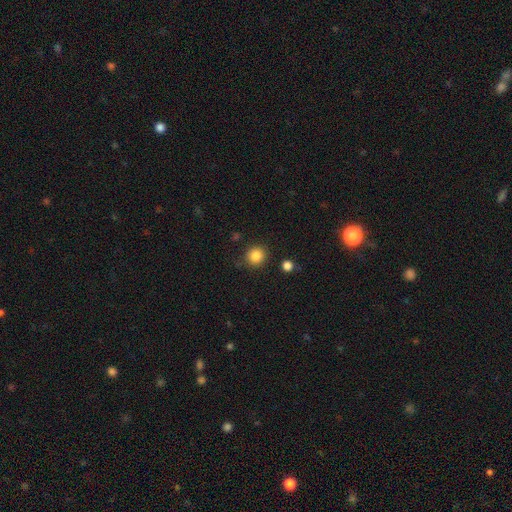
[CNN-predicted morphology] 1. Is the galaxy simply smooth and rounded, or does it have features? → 86% smooth, 10% star or artifact, 4% featured or disk.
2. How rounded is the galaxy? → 90% round, 9% in between, 1% cigar-shaped.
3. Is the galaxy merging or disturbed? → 86% none, 8% minor disturbance, 3% merger, 3% major disturbance.